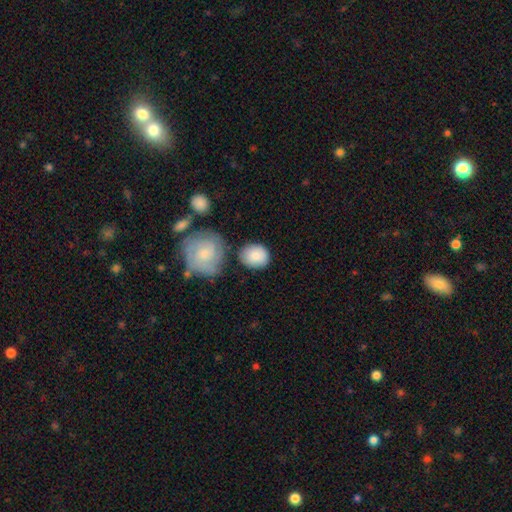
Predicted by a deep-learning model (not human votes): Morphology: type=smooth (79%); roundness=round (69%); merging=none (72%).